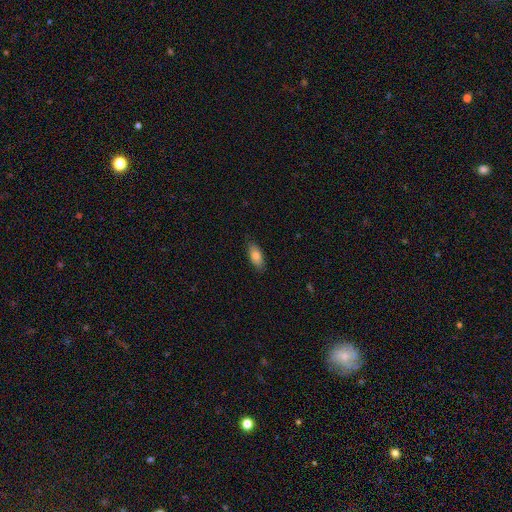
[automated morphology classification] A smooth galaxy with no disk features (79%) that is in between round and cigar-shaped (86%).

Vote fractions:
- Smooth or featured? smooth: 79% / featured or disk: 15% / star or artifact: 7%
- How rounded? in between: 86% / cigar-shaped: 11% / round: 3%
- Merging? none: 86% / minor disturbance: 11% / major disturbance: 2% / merger: 1%